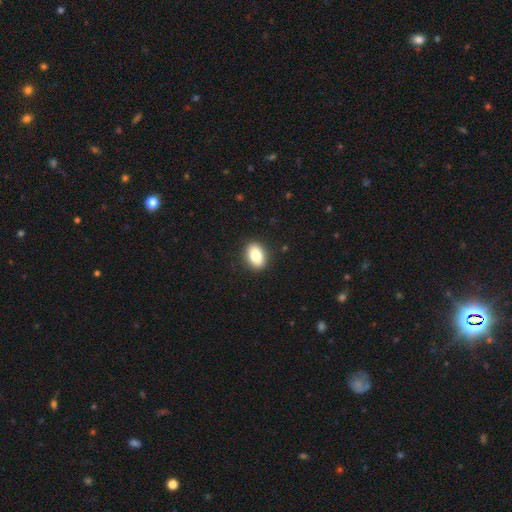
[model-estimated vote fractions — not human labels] Q: Smooth or featured?
A: smooth (83%); runner-up: featured or disk (9%)
Q: How rounded?
A: in between (81%); runner-up: round (17%)
Q: Merging?
A: none (90%); runner-up: minor disturbance (7%)